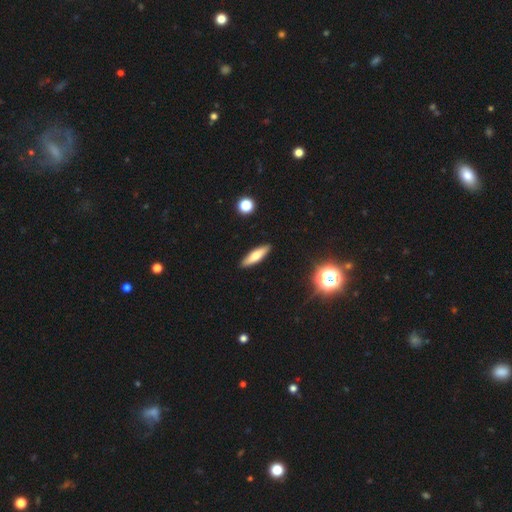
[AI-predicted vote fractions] smooth-or-featured: smooth: 64% | featured or disk: 29% | star or artifact: 8%
  how-rounded: cigar-shaped: 65% | in between: 33% | round: 2%
  merging: none: 90% | minor disturbance: 7% | major disturbance: 2% | merger: 1%